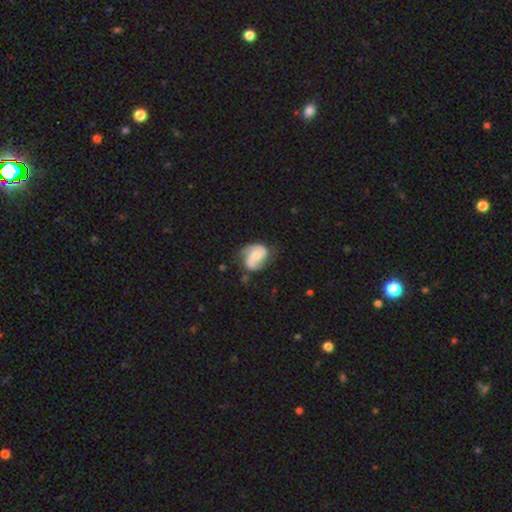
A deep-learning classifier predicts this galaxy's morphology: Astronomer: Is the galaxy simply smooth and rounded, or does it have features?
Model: featured or disk — 69%.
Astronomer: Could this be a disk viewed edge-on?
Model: no — 97%.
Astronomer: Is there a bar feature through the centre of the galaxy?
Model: no — 59%.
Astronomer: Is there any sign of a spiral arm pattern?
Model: yes — 91%.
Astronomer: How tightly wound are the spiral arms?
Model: medium — 46% (runner-up: loose, 28%).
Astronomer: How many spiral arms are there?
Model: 2 — 85%.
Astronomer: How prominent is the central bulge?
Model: moderate — 53% (runner-up: small, 38%).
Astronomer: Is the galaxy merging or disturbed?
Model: none — 63%.